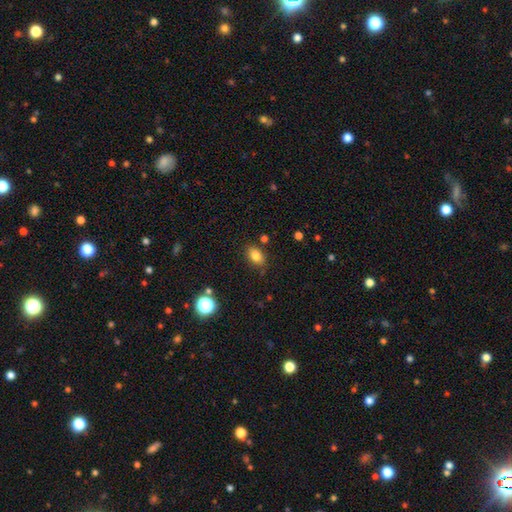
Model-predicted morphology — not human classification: A smooth galaxy with no disk features (81%) that is in between round and cigar-shaped (84%). Merging: none (81%).